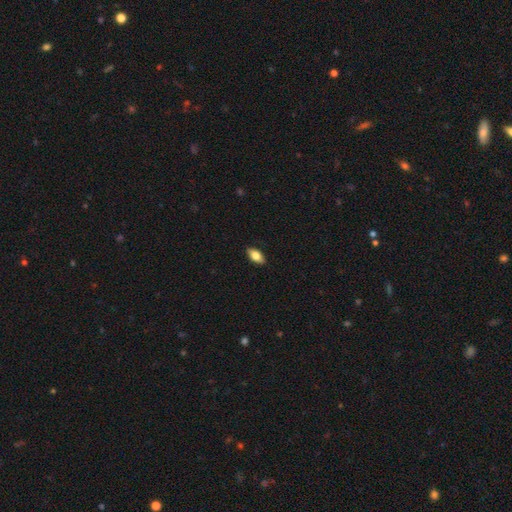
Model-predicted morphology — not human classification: The model was most divided on "smooth or featured": smooth: 78%, featured or disk: 15%, star or artifact: 7%. More confident: how rounded — in between (90%); merging — none (88%).